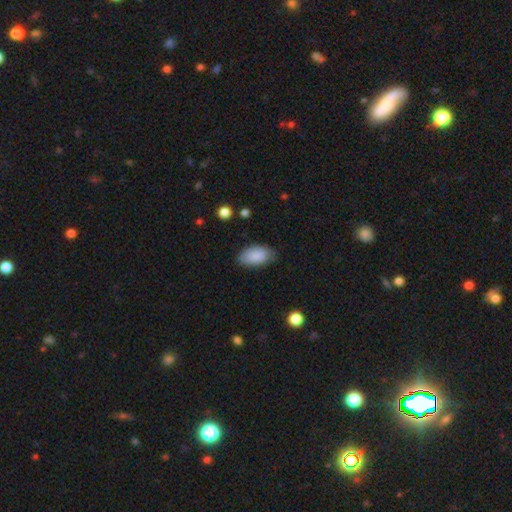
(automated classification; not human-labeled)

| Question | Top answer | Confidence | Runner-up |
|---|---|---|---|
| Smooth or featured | smooth | 88% | featured or disk (6%) |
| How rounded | in between | 95% | round (3%) |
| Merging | none | 78% | minor disturbance (17%) |